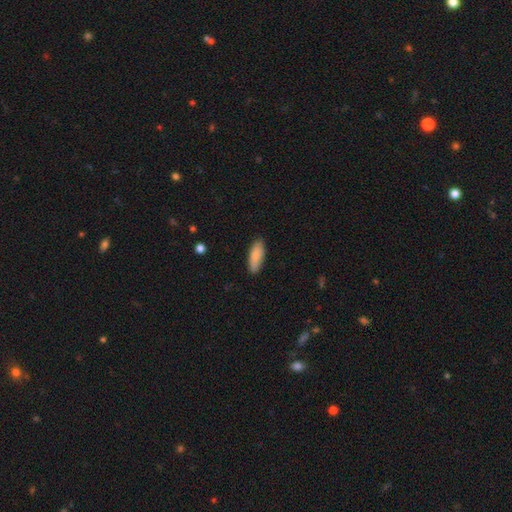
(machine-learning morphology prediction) Smooth or featured? Predicted: smooth (p=0.87). How rounded? Predicted: in between (p=0.71). Merging? Predicted: none (p=0.86).